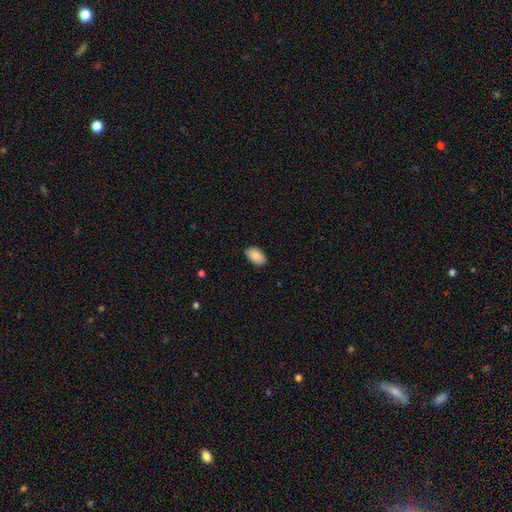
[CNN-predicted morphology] Smooth or featured?
  - smooth: 89% *
  - star or artifact: 6%
  - featured or disk: 4%
How rounded?
  - in between: 94% *
  - round: 5%
  - cigar-shaped: 1%
Merging?
  - none: 88% *
  - minor disturbance: 10%
  - major disturbance: 2%
  - merger: 1%